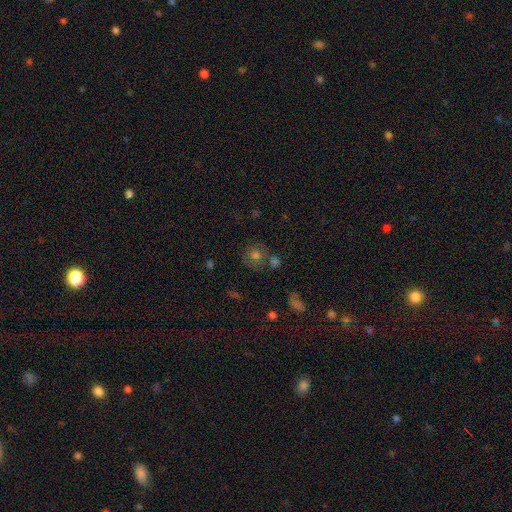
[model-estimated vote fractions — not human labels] Smooth or featured?
  - smooth: 63% *
  - star or artifact: 19%
  - featured or disk: 19%
How rounded?
  - round: 86% *
  - in between: 13%
  - cigar-shaped: 1%
Merging?
  - none: 64% *
  - merger: 17%
  - minor disturbance: 13%
  - major disturbance: 6%